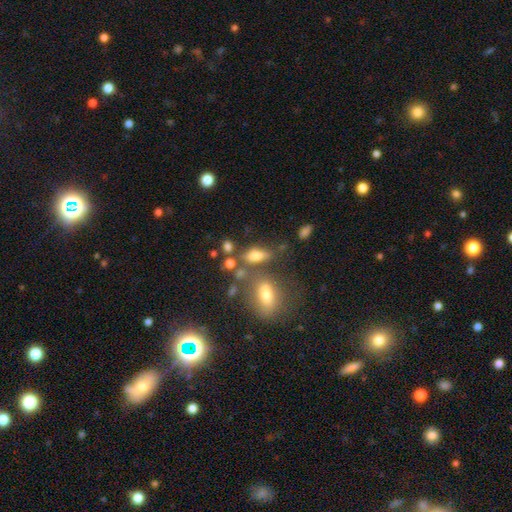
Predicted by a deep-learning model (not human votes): Smooth or featured?
  - smooth: 70% *
  - featured or disk: 16%
  - star or artifact: 13%
How rounded?
  - in between: 76% *
  - cigar-shaped: 14%
  - round: 10%
Merging?
  - none: 49% *
  - merger: 23%
  - minor disturbance: 17%
  - major disturbance: 10%